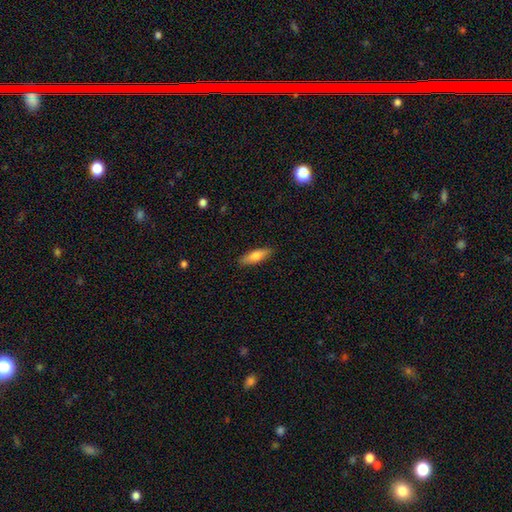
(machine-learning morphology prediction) Smooth or featured? Predicted: smooth (p=0.75). How rounded? Predicted: cigar-shaped (p=0.52). Merging? Predicted: none (p=0.88).